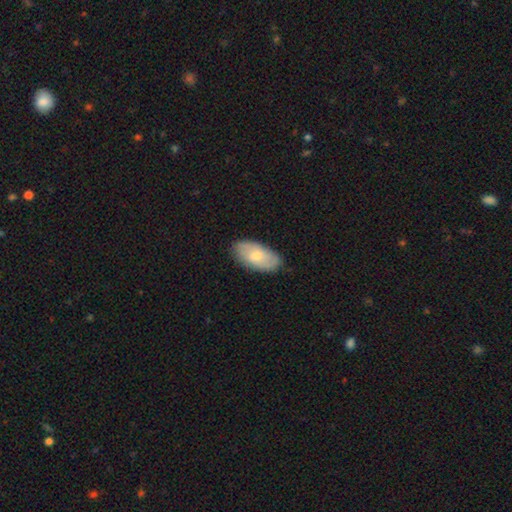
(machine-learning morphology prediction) Smooth or featured? Predicted: smooth (p=0.63). How rounded? Predicted: in between (p=0.93). Merging? Predicted: none (p=0.83).